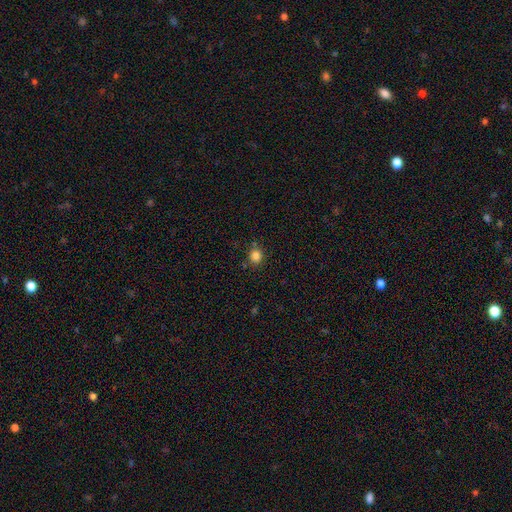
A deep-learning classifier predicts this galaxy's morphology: Smooth or featured? smooth (83%)
How rounded? round (82%)
Merging? none (81%)